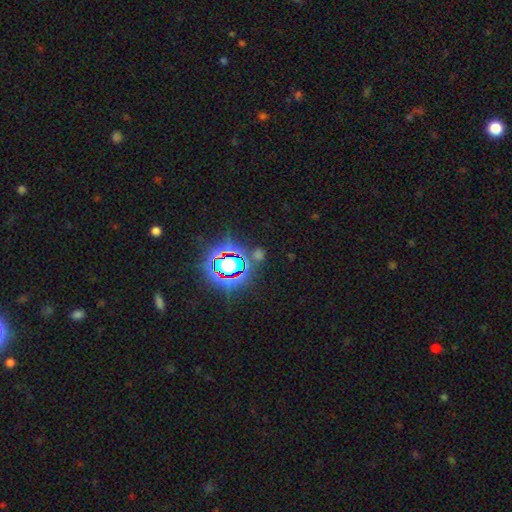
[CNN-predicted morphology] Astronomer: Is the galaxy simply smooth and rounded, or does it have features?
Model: star or artifact — 75%.